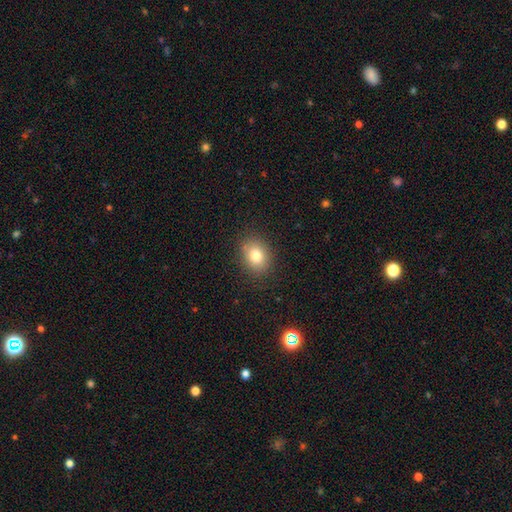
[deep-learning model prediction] A smooth galaxy with no disk features (81%) that is in between round and cigar-shaped (56%). Merging: none (86%).